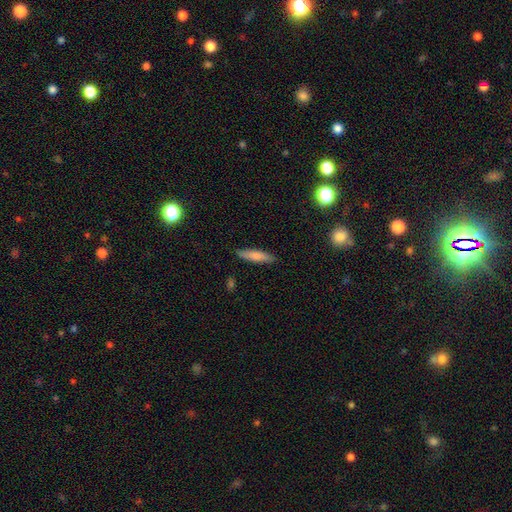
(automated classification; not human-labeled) A smooth galaxy with no disk features (74%) that is cigar-shaped (78%).

Vote fractions:
- Smooth or featured? smooth: 74% / featured or disk: 20% / star or artifact: 6%
- How rounded? cigar-shaped: 78% / in between: 21% / round: 2%
- Merging? none: 87% / minor disturbance: 10% / major disturbance: 2% / merger: 1%